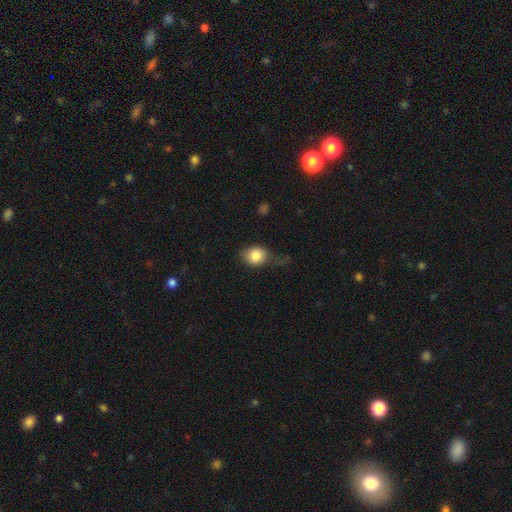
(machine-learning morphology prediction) smooth_or_featured: smooth (p=0.81) [alt: featured or disk p=0.10]
how_rounded: round (p=0.60) [alt: in between p=0.38]
merging: none (p=0.47) [alt: minor disturbance p=0.31]